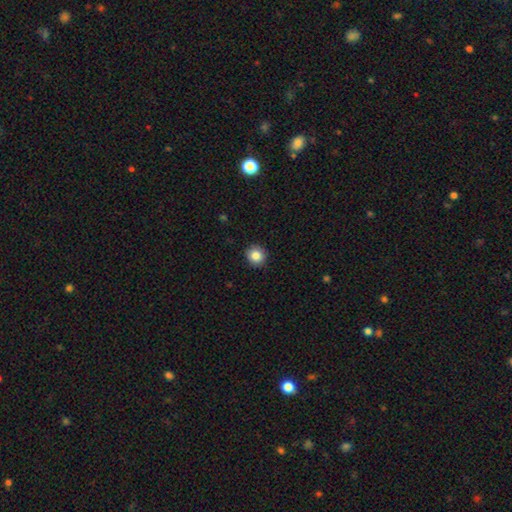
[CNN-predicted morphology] smooth 85%, star or artifact 10%, featured or disk 6%. Down the decision tree: how rounded — round (88%); merging — none (91%).